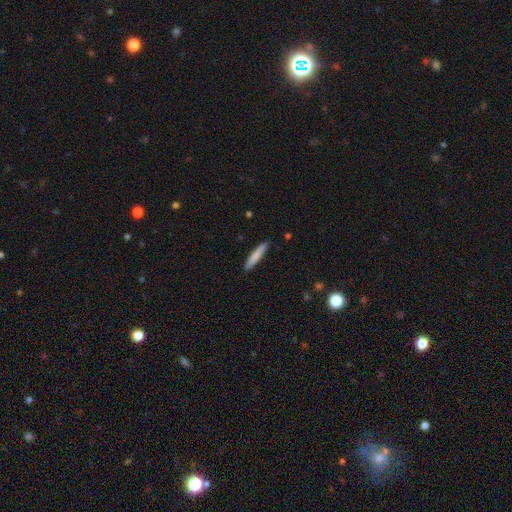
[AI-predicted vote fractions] Overall: smooth (81%). How rounded: cigar-shaped (91%). Merging: none (89%).